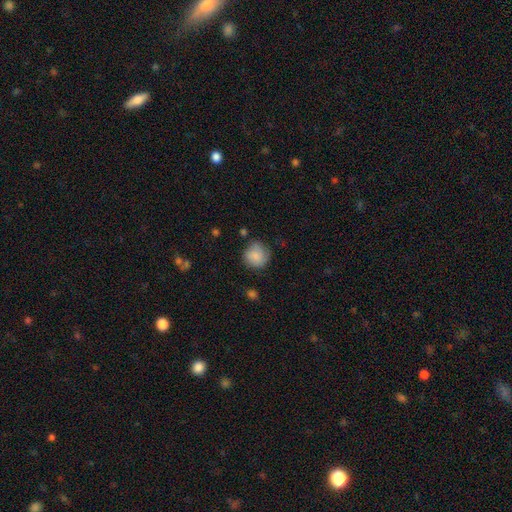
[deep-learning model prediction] A smooth galaxy with no disk features (79%) that is round (88%). Merging: none (67%).